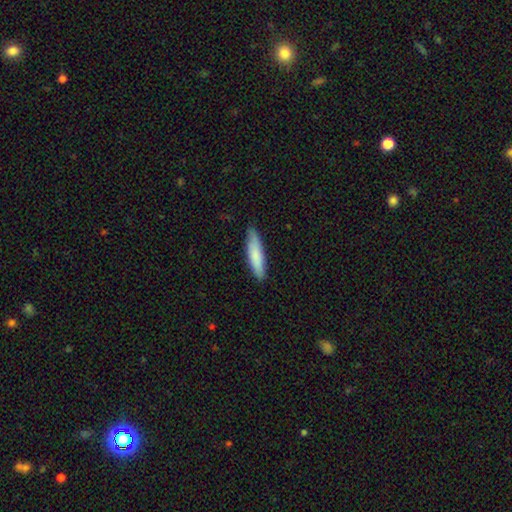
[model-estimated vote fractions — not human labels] smooth 81%, featured or disk 14%, star or artifact 5%. Down the decision tree: how rounded — cigar-shaped (77%); merging — none (84%).